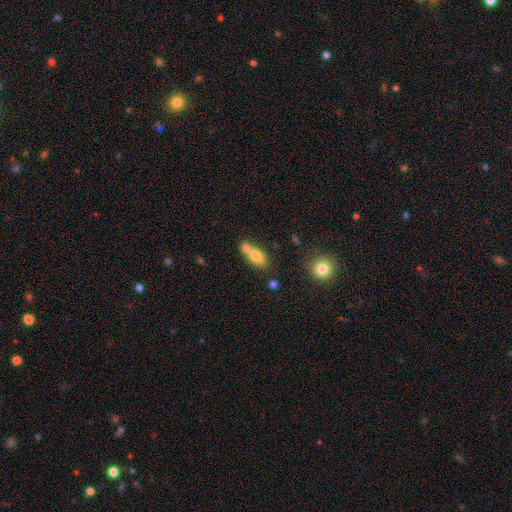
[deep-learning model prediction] smooth_or_featured: smooth (p=0.76) [alt: featured or disk p=0.15]
how_rounded: in between (p=0.77) [alt: cigar-shaped p=0.14]
merging: merger (p=0.51) [alt: none p=0.34]